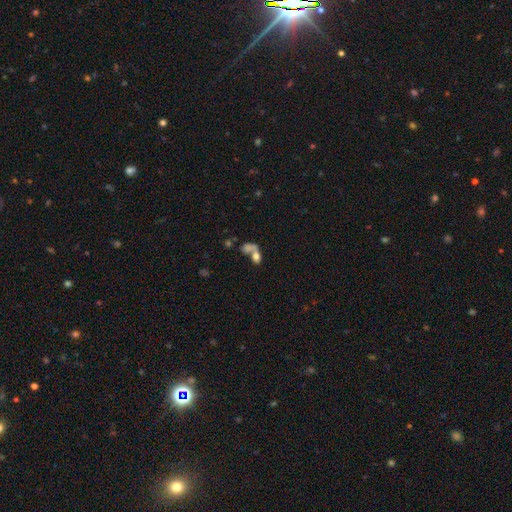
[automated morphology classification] This appears to be a smooth galaxy with no disk features (67%) that is in between round and cigar-shaped (74%). Merging: merger (64%).